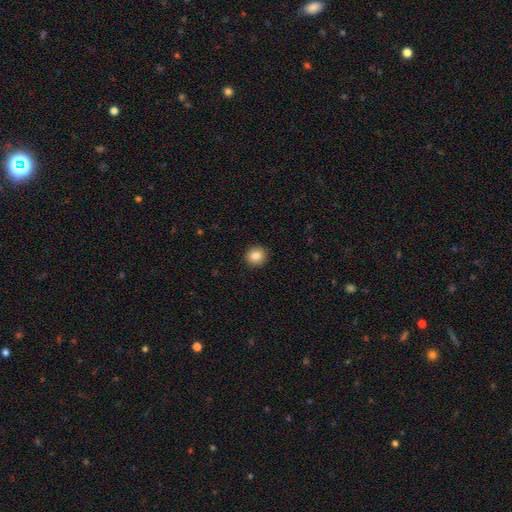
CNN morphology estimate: Smooth or featured? smooth (85%)
How rounded? round (89%)
Merging? none (92%)